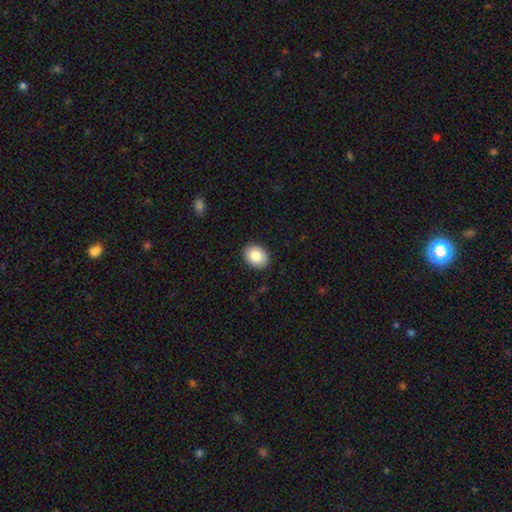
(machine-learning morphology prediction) Smooth or featured: smooth — 84% (featured or disk — 8%)
How rounded: in between — 61% (round — 38%)
Merging: none — 90% (minor disturbance — 7%)